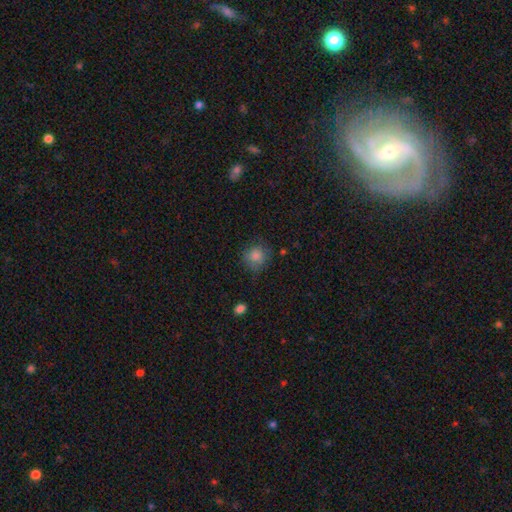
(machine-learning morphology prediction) smooth_or_featured: smooth (p=0.83) [alt: star or artifact p=0.10]
how_rounded: round (p=0.87) [alt: in between p=0.12]
merging: none (p=0.75) [alt: minor disturbance p=0.18]